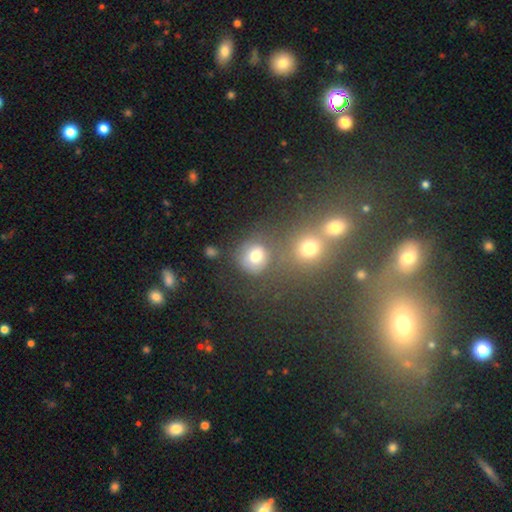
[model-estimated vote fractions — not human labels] smooth 72%, star or artifact 16%, featured or disk 12%. Down the decision tree: how rounded — round (79%); merging — none (52%).